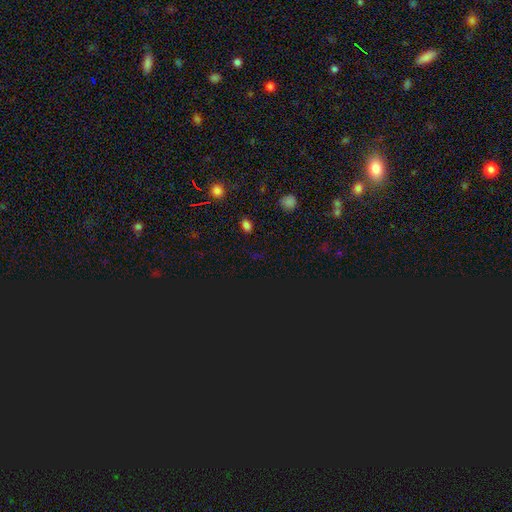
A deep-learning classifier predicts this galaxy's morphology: Smooth or featured? Predicted: star or artifact (p=0.62).